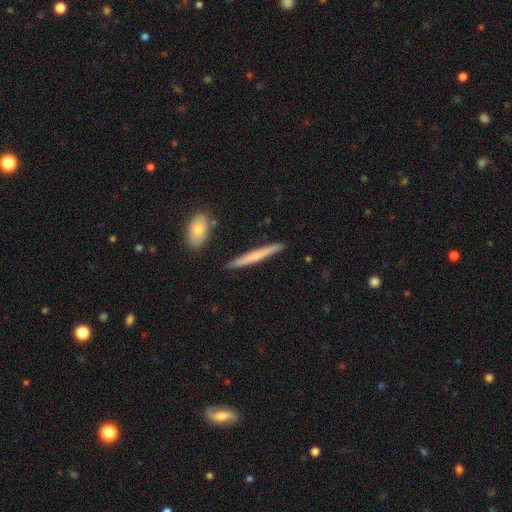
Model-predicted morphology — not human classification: smooth-or-featured: smooth: 53% | featured or disk: 42% | star or artifact: 5%
  how-rounded: cigar-shaped: 96% | in between: 3% | round: 1%
  merging: none: 90% | minor disturbance: 7% | merger: 2% | major disturbance: 1%